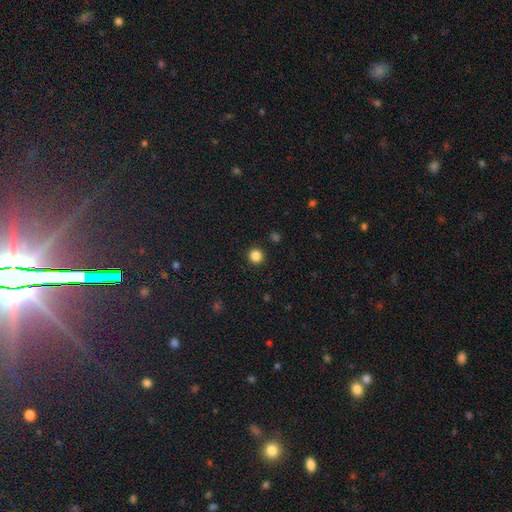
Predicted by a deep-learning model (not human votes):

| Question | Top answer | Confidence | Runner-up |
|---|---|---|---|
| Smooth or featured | smooth | 85% | star or artifact (12%) |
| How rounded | round | 94% | in between (5%) |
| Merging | none | 92% | minor disturbance (5%) |